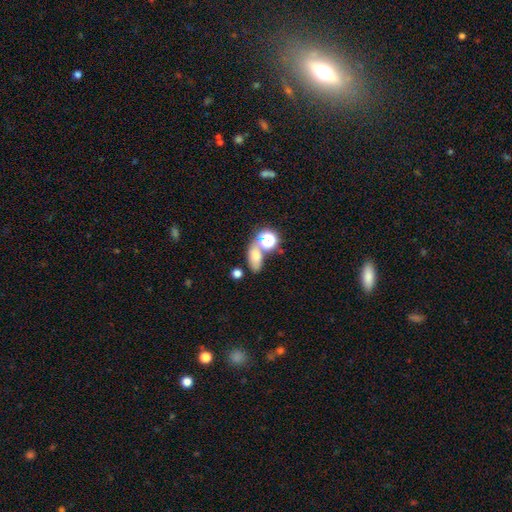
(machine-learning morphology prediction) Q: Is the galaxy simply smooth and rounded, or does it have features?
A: smooth — 67%.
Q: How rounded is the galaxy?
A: in between — 77%.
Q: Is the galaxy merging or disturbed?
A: none — 51%.